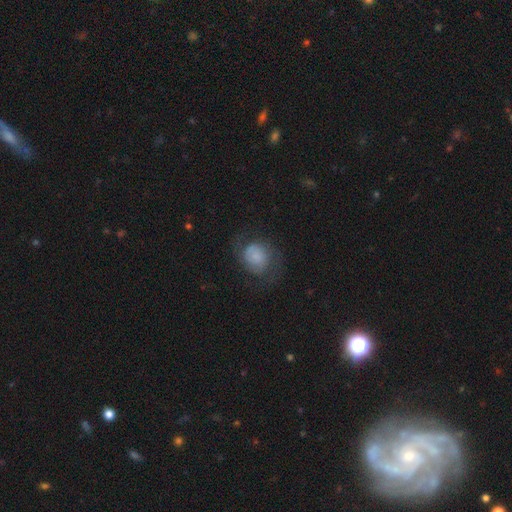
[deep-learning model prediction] Smooth or featured? Predicted: smooth (p=0.54). How rounded? Predicted: round (p=0.64). Merging? Predicted: none (p=0.56).